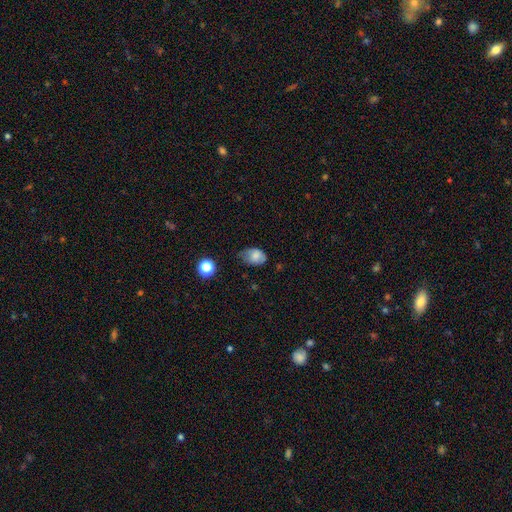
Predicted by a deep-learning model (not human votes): A smooth galaxy with no disk features (77%) that is in between round and cigar-shaped (77%).

Vote fractions:
- Smooth or featured? smooth: 77% / featured or disk: 13% / star or artifact: 10%
- How rounded? in between: 77% / round: 22% / cigar-shaped: 1%
- Merging? none: 50% / minor disturbance: 37% / major disturbance: 10% / merger: 2%